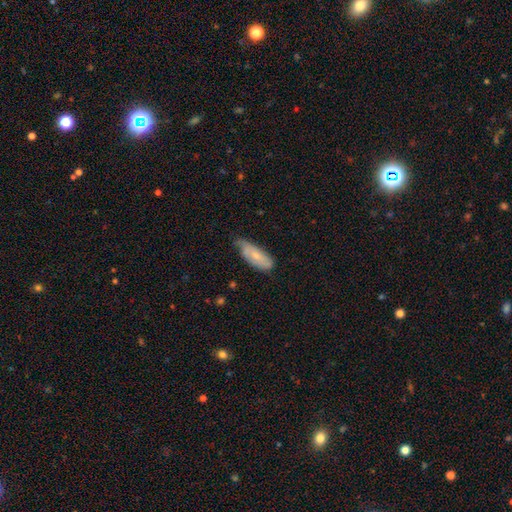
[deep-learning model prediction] Smooth or featured? Predicted: smooth (p=0.56). How rounded? Predicted: in between (p=0.71). Merging? Predicted: none (p=0.54).